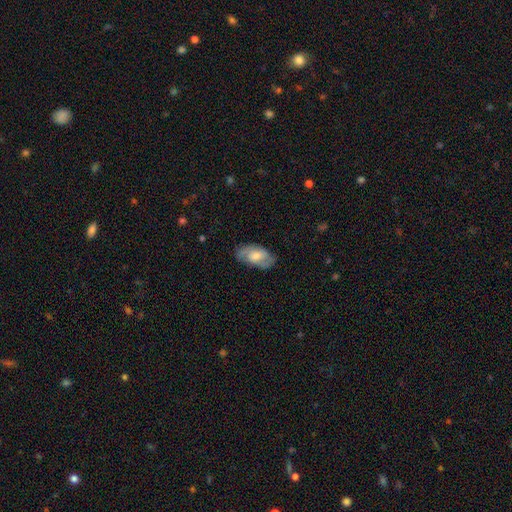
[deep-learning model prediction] Q: Smooth or featured?
A: featured or disk (54%); runner-up: smooth (39%)
Q: Edge-on disk?
A: no (92%); runner-up: yes (8%)
Q: Merging?
A: none (77%); runner-up: minor disturbance (17%)